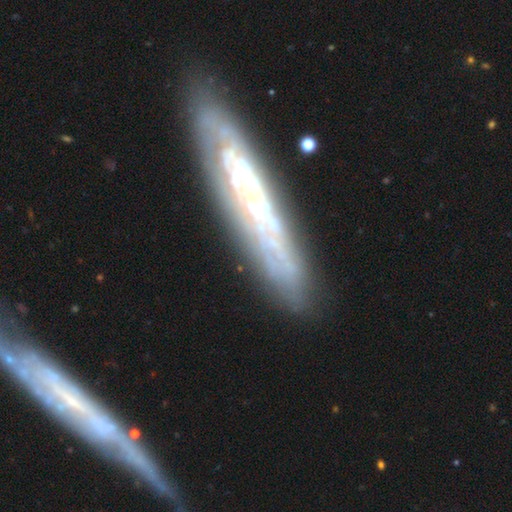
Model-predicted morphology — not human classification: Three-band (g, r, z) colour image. It shows a featured or disk galaxy (74%) viewed edge-on (53%). Merging: none (75%).